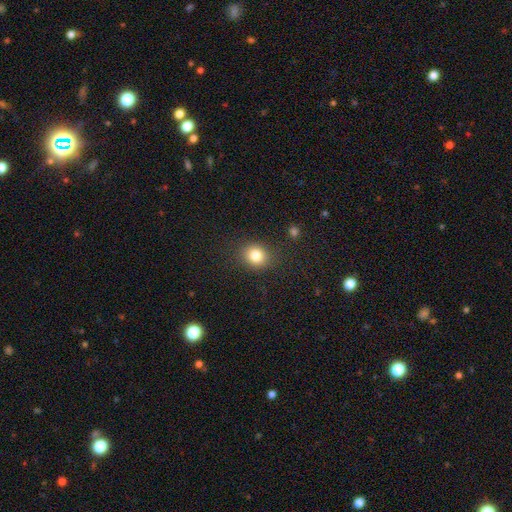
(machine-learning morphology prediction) smooth_or_featured: smooth (p=0.82) [alt: star or artifact p=0.11]
how_rounded: round (p=0.77) [alt: in between p=0.22]
merging: none (p=0.86) [alt: minor disturbance p=0.09]